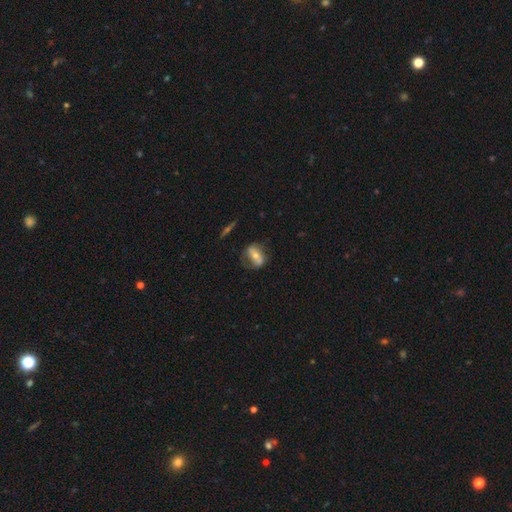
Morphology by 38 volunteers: A featured or disk galaxy (58%) with a strong bar (65%), 2 (85%) tight (46%) spiral arms (76%) and a moderate central bulge (47%). Merging: none (70%).